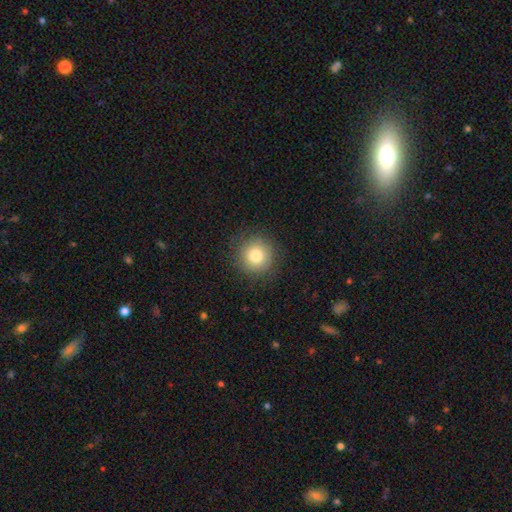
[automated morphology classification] The model was most divided on "smooth or featured": smooth: 80%, featured or disk: 10%, star or artifact: 10%. More confident: how rounded — round (94%); merging — none (86%).